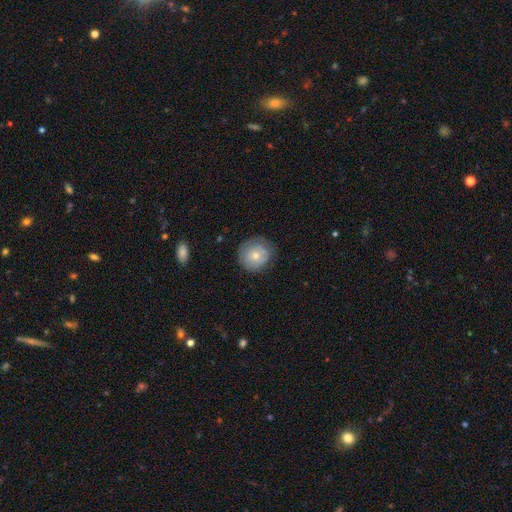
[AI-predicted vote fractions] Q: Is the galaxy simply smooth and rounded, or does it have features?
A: smooth — 67%.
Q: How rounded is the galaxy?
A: round — 88%.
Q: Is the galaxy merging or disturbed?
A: none — 72%.